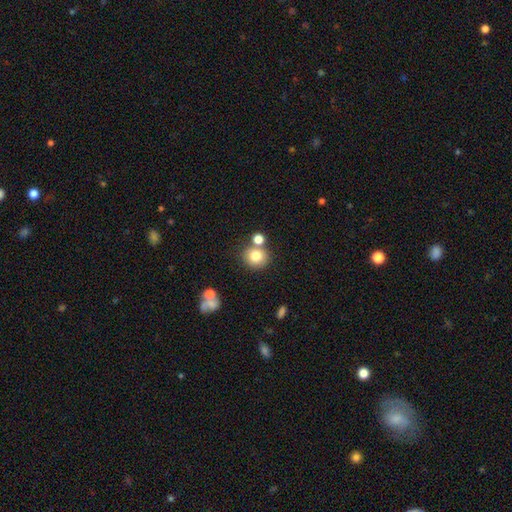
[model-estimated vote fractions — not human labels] A smooth galaxy with no disk features (78%) that is round (85%).

Vote fractions:
- Smooth or featured? smooth: 78% / star or artifact: 12% / featured or disk: 10%
- How rounded? round: 85% / in between: 14% / cigar-shaped: 1%
- Merging? none: 67% / merger: 21% / minor disturbance: 9% / major disturbance: 3%